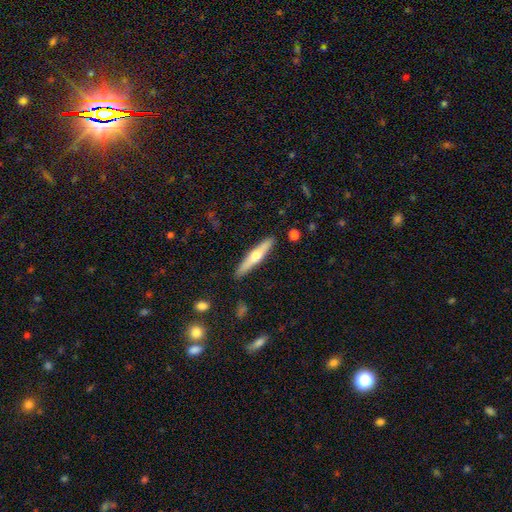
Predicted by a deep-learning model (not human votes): Smooth or featured? Predicted: featured or disk (p=0.53). Edge-on disk? Predicted: yes (p=0.94). Merging? Predicted: none (p=0.89).